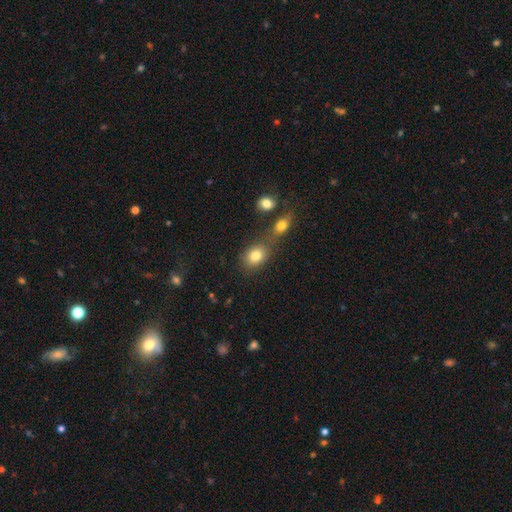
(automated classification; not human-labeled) A smooth galaxy with no disk features (82%) that is in between round and cigar-shaped (65%). Merging: none (57%).